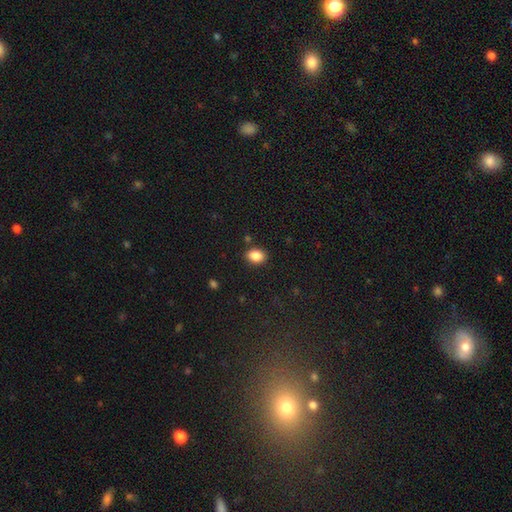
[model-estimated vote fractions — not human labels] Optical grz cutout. It shows a smooth galaxy with no disk features (86%) that is in between round and cigar-shaped (69%). Merging: none (86%).